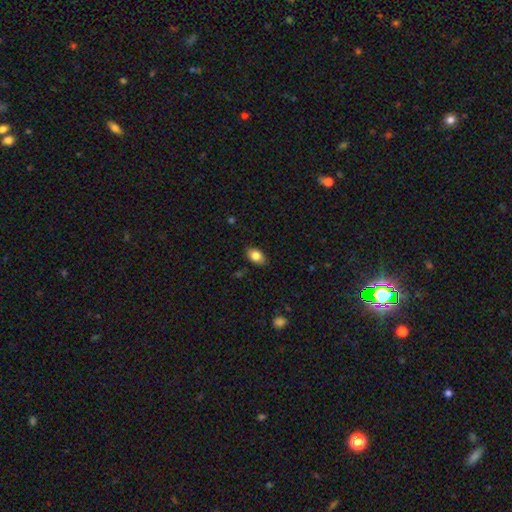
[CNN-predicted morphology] A smooth galaxy with no disk features (83%) that is in between round and cigar-shaped (87%). Merging: none (85%).